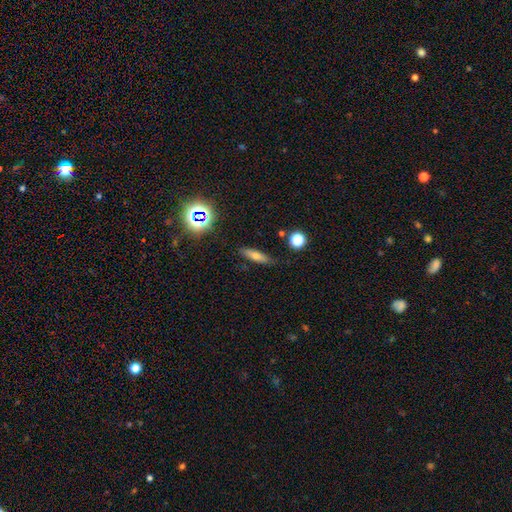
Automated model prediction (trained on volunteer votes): This appears to be a smooth galaxy with no disk features (62%) that is cigar-shaped (68%). Merging: none (83%).